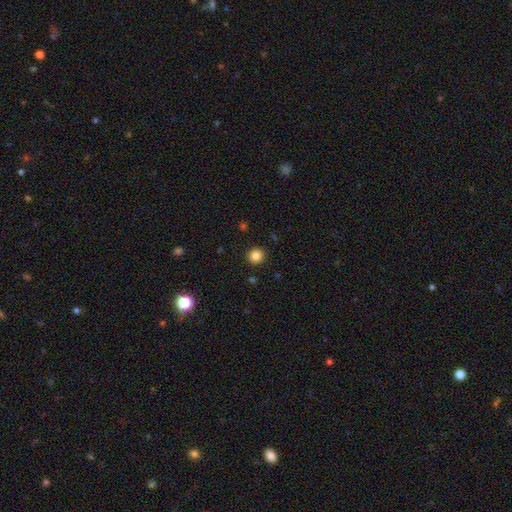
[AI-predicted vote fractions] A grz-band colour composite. It shows a smooth galaxy with no disk features (83%) that is round (93%). Merging: none (92%).